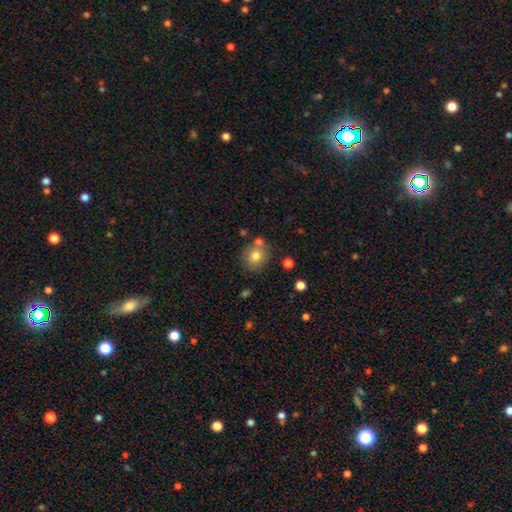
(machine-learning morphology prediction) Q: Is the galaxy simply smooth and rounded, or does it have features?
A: smooth — 79%.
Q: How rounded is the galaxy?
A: round — 79%.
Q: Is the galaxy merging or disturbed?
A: none — 70%.